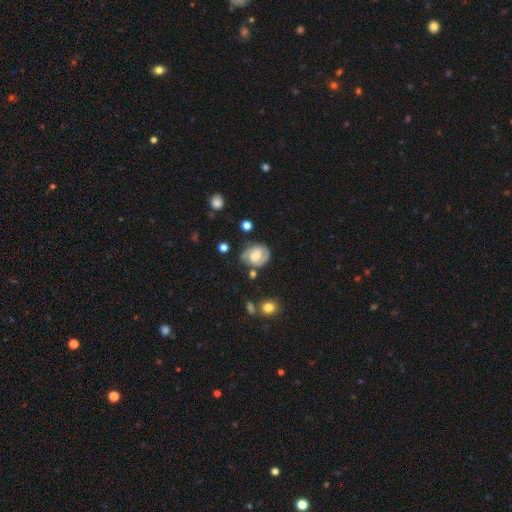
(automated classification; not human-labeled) This appears to be a featured or disk galaxy (73%) with a weak bar (46%), 2 (78%) tight (48%) spiral arms (90%) and a moderate central bulge (46%). Merging: none (67%).